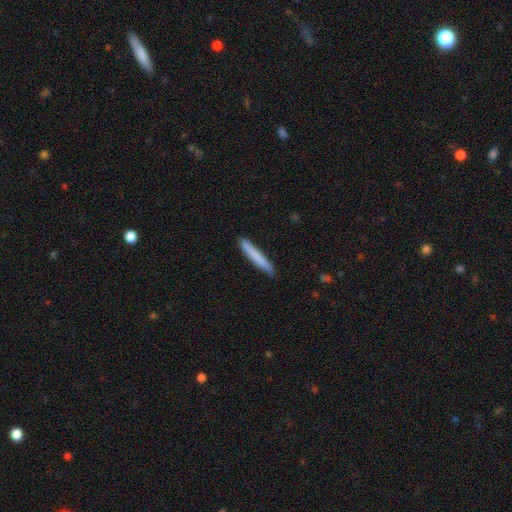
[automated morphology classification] Q: Smooth or featured?
A: smooth (77%); runner-up: featured or disk (17%)
Q: How rounded?
A: cigar-shaped (96%); runner-up: in between (3%)
Q: Merging?
A: none (89%); runner-up: minor disturbance (8%)